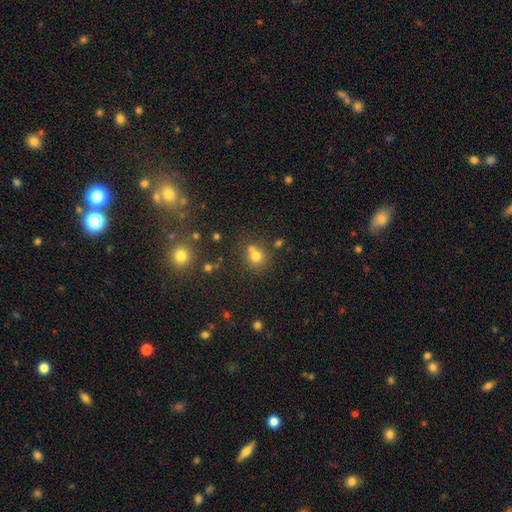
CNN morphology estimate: The model was most divided on "merging": none: 56%, merger: 30%, minor disturbance: 10%, major disturbance: 4%. More confident: how rounded — round (82%); smooth or featured — smooth (71%).